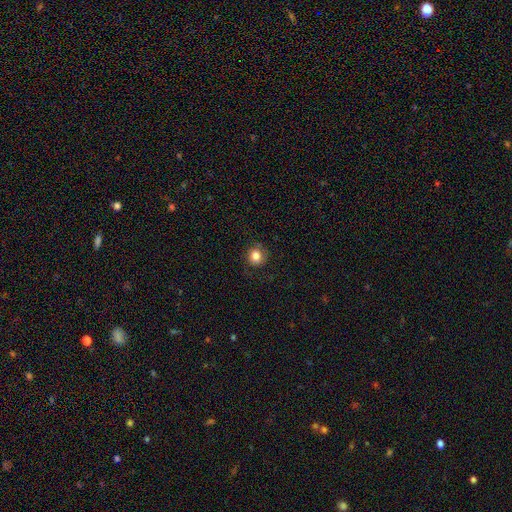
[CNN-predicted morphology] Q: Smooth or featured?
A: smooth (82%); runner-up: star or artifact (10%)
Q: How rounded?
A: round (87%); runner-up: in between (12%)
Q: Merging?
A: none (80%); runner-up: minor disturbance (14%)